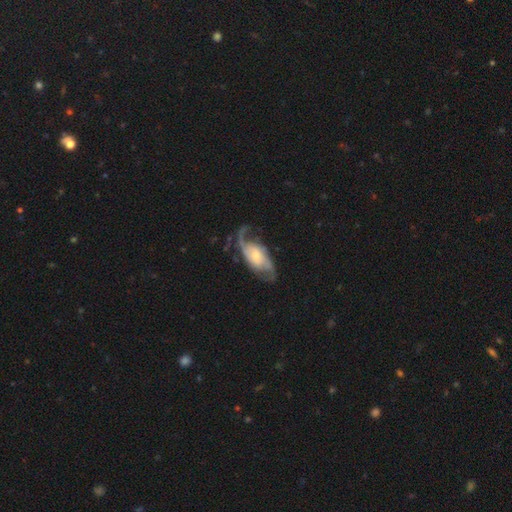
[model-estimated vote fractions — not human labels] The model was most divided on "spiral winding": loose: 50%, medium: 37%, tight: 13%. More confident: edge-on disk — no (94%); spiral arms — yes (94%); spiral arm count — 2 (84%); smooth or featured — featured or disk (83%); merging — none (64%); bar — no (57%); bulge size — small (56%).